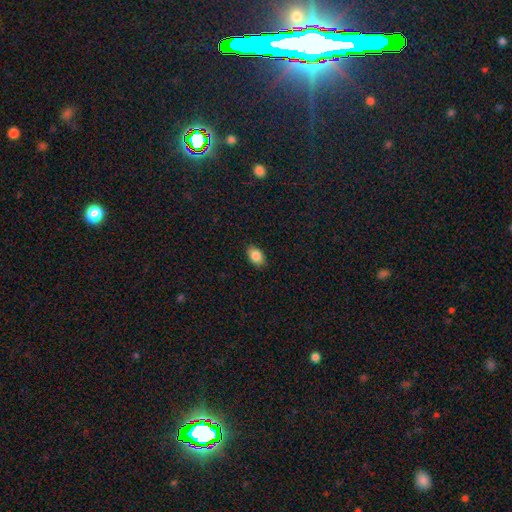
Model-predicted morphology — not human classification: type=smooth (86%); roundness=in between (89%); merging=none (88%).